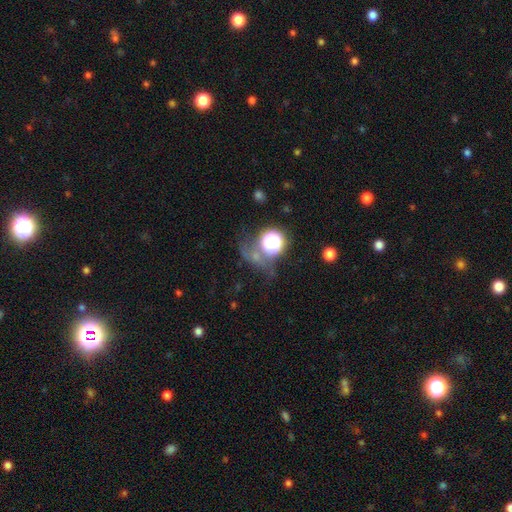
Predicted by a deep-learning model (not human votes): A star or artifact, not a galaxy (48%).

Vote fractions:
- Smooth or featured? star or artifact: 48% / smooth: 36% / featured or disk: 16%